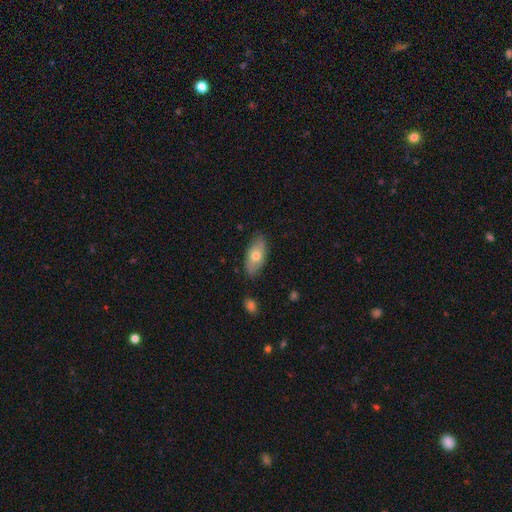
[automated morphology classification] This is likely a smooth galaxy (63%). How rounded: clearly in between (91%). Merging: likely none (79%).